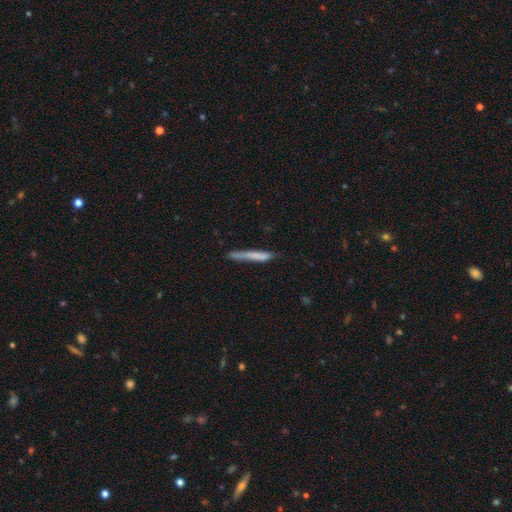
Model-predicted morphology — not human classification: Smooth or featured? Predicted: smooth (p=0.70). How rounded? Predicted: cigar-shaped (p=0.96). Merging? Predicted: none (p=0.72).